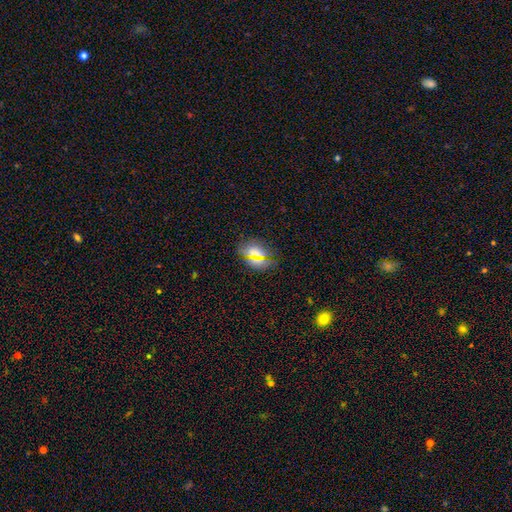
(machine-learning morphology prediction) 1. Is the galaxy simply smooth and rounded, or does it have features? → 70% smooth, 19% star or artifact, 11% featured or disk.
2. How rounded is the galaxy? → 68% in between, 26% round, 5% cigar-shaped.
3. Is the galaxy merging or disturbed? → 81% none, 13% minor disturbance, 4% major disturbance, 3% merger.